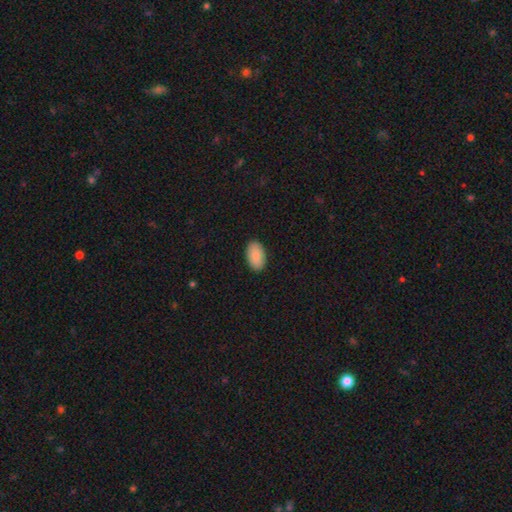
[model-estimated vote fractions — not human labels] Q: Smooth or featured?
A: smooth (89%); runner-up: star or artifact (6%)
Q: How rounded?
A: in between (95%); runner-up: round (4%)
Q: Merging?
A: none (90%); runner-up: minor disturbance (7%)